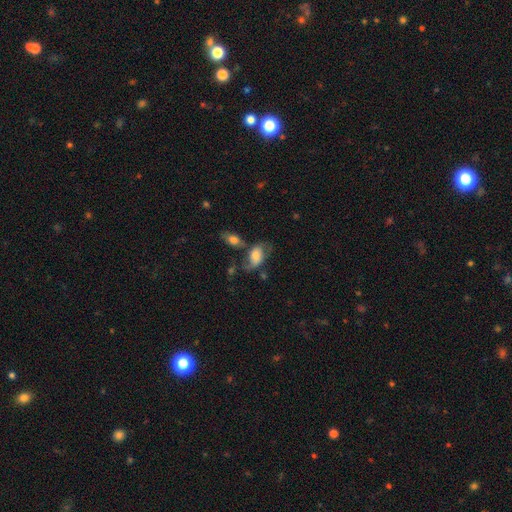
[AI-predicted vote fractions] smooth 48%, featured or disk 43%, star or artifact 8%. Down the decision tree: merging — none (37%).